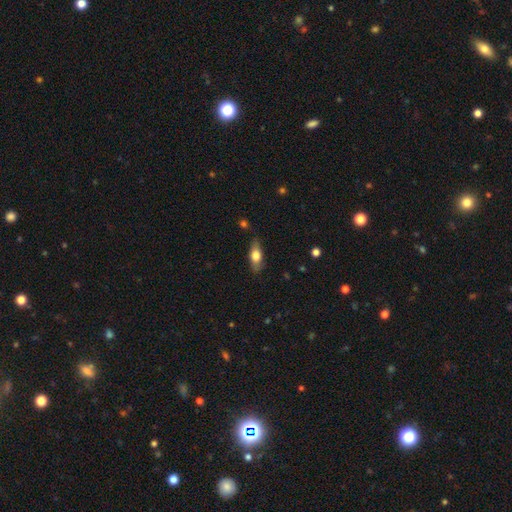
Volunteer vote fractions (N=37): Smooth or featured?
  - smooth: 62% *
  - featured or disk: 35%
  - star or artifact: 3%
How rounded?
  - in between: 61% *
  - cigar-shaped: 39%
  - round: 0%
Merging?
  - none: 89% *
  - minor disturbance: 8%
  - major disturbance: 3%
  - merger: 0%